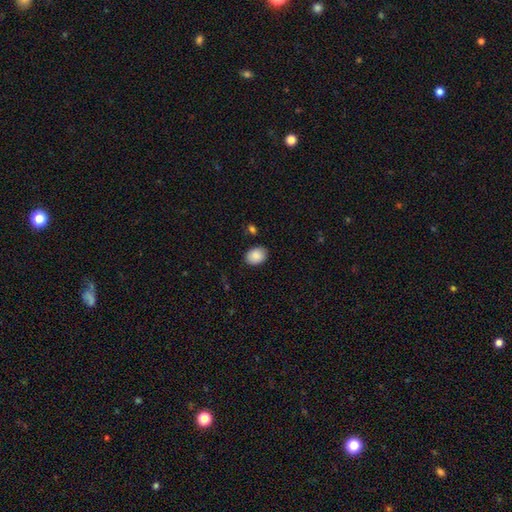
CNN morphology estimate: Q: Smooth or featured?
A: smooth (89%); runner-up: star or artifact (7%)
Q: How rounded?
A: in between (66%); runner-up: round (33%)
Q: Merging?
A: none (86%); runner-up: minor disturbance (10%)